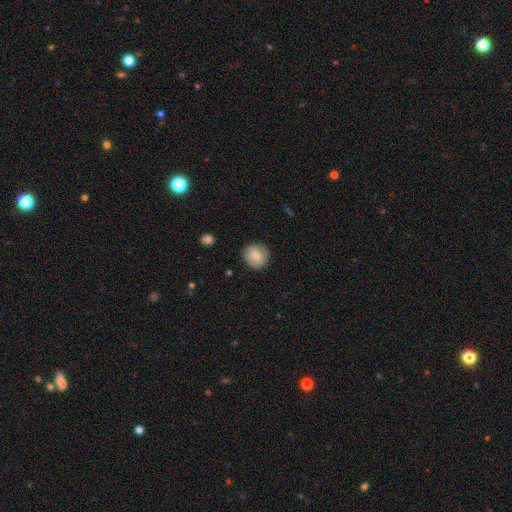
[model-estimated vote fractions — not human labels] This is likely a smooth galaxy (76%). How rounded: clearly round (94%). Merging: clearly none (88%).